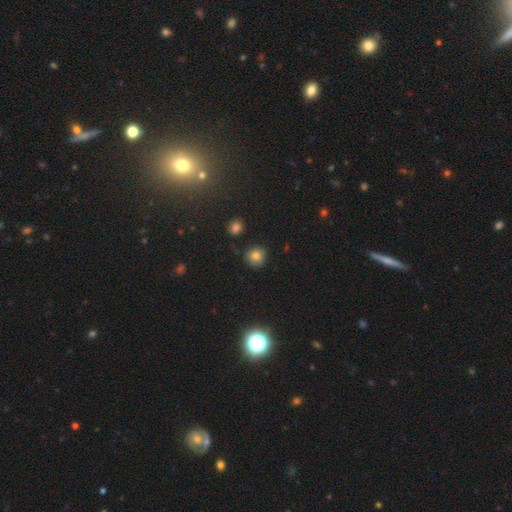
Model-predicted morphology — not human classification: A smooth galaxy with no disk features (79%) that is round (88%).

Vote fractions:
- Smooth or featured? smooth: 79% / star or artifact: 13% / featured or disk: 8%
- How rounded? round: 88% / in between: 11% / cigar-shaped: 1%
- Merging? none: 80% / minor disturbance: 14% / major disturbance: 3% / merger: 3%